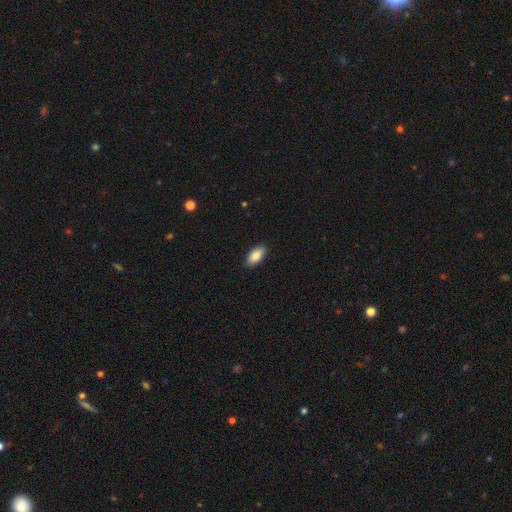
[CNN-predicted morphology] Smooth or featured: smooth — 87% (featured or disk — 7%)
How rounded: in between — 91% (cigar-shaped — 7%)
Merging: none — 90% (minor disturbance — 8%)